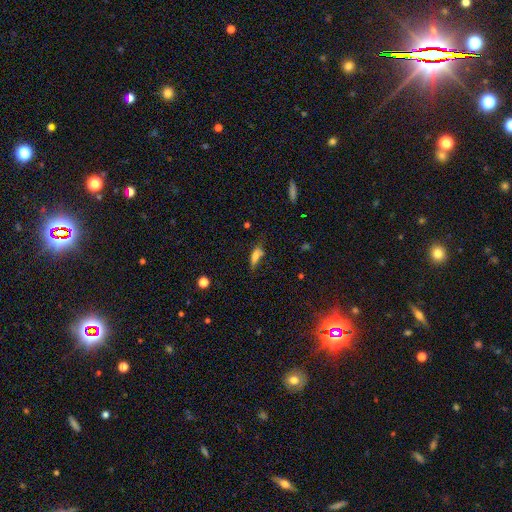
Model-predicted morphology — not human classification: This is likely a smooth galaxy (68%). How rounded: likely in between (65%). Merging: marginally none (44%).